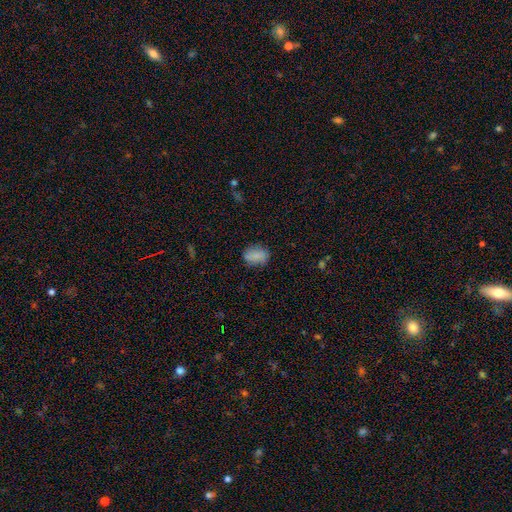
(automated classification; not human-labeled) The model was most divided on "how rounded": in between: 75%, round: 24%, cigar-shaped: 2%. More confident: smooth or featured — smooth (83%); merging — none (79%).